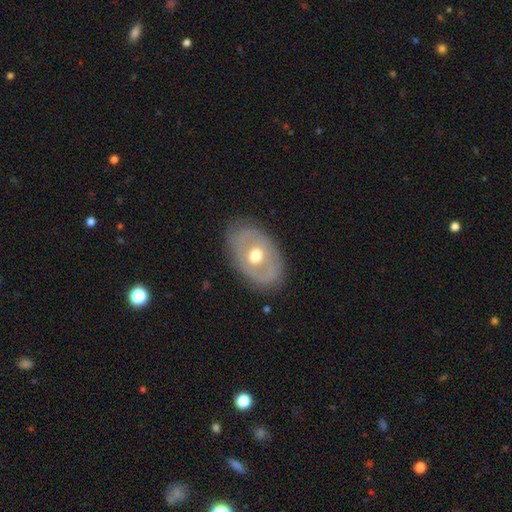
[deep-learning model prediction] This is possibly a featured or disk galaxy (54%). It is clearly not viewed edge-on (90%). Merging: likely none (78%).